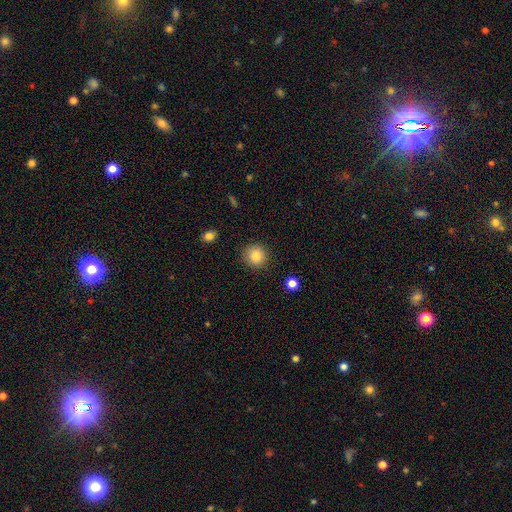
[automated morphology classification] A smooth galaxy with no disk features (85%) that is round (92%).

Vote fractions:
- Smooth or featured? smooth: 85% / star or artifact: 10% / featured or disk: 6%
- How rounded? round: 92% / in between: 7% / cigar-shaped: 1%
- Merging? none: 89% / minor disturbance: 7% / major disturbance: 2% / merger: 1%